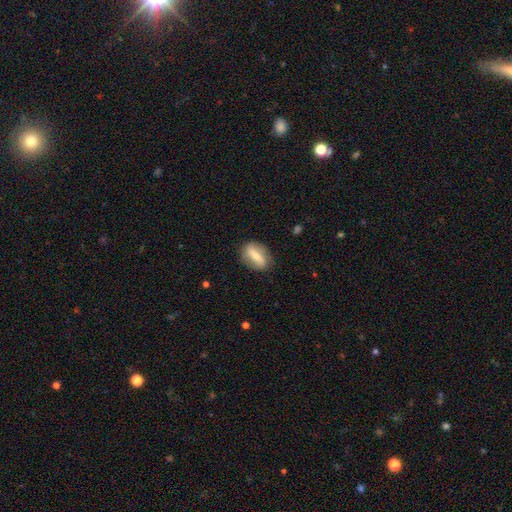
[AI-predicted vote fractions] smooth 47%, featured or disk 46%, star or artifact 7%. Down the decision tree: merging — none (82%).